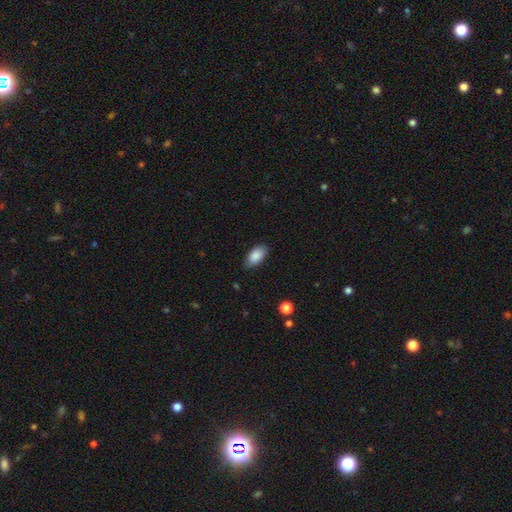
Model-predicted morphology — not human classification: smooth 88%, star or artifact 7%, featured or disk 6%. Down the decision tree: how rounded — in between (93%); merging — none (84%).